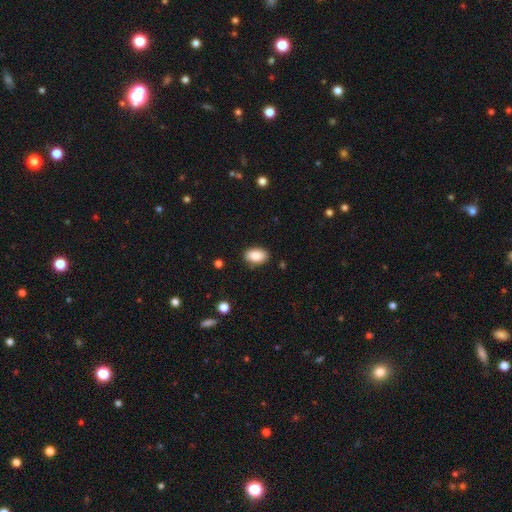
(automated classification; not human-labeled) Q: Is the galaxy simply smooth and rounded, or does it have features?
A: smooth — 89%.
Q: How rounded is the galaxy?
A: in between — 91%.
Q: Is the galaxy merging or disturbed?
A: none — 86%.